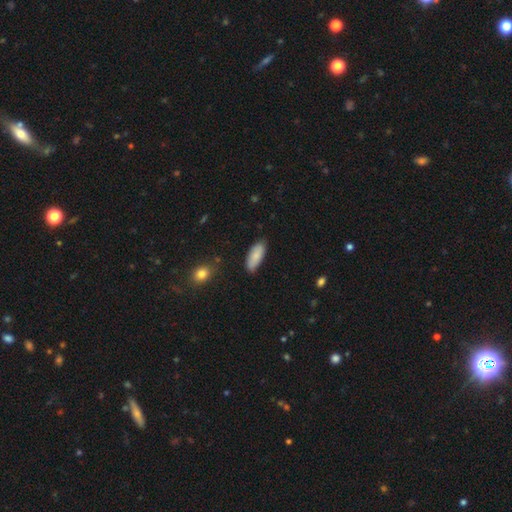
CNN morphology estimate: smooth-or-featured: smooth: 85% | featured or disk: 9% | star or artifact: 6%
  how-rounded: in between: 81% | cigar-shaped: 18% | round: 2%
  merging: none: 79% | minor disturbance: 16% | major disturbance: 3% | merger: 2%